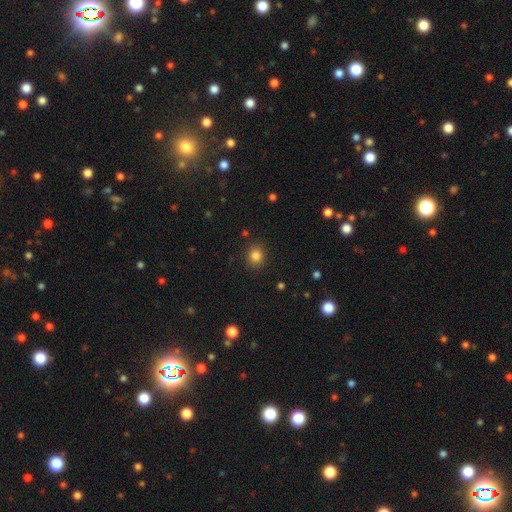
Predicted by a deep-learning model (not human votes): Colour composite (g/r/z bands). It shows a smooth galaxy with no disk features (84%) that is round (78%). Merging: none (89%).